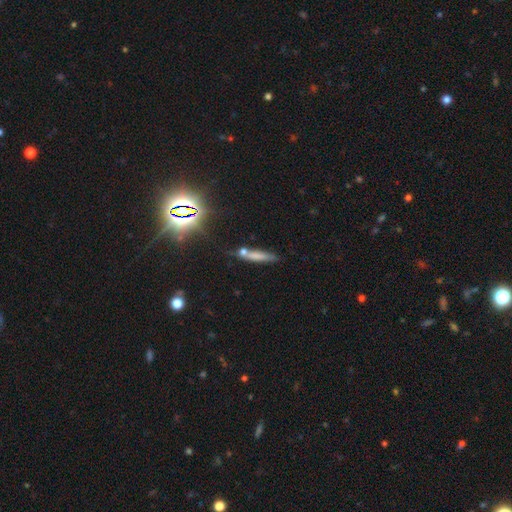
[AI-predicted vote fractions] Smooth or featured?
  - smooth: 64% *
  - featured or disk: 23%
  - star or artifact: 14%
How rounded?
  - cigar-shaped: 85% *
  - in between: 12%
  - round: 3%
Merging?
  - none: 63% *
  - minor disturbance: 16%
  - merger: 15%
  - major disturbance: 6%